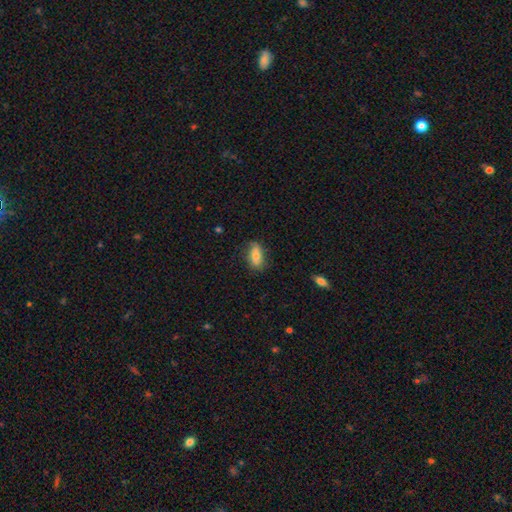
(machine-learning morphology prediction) A smooth galaxy with no disk features (71%) that is in between round and cigar-shaped (86%). Merging: none (72%).